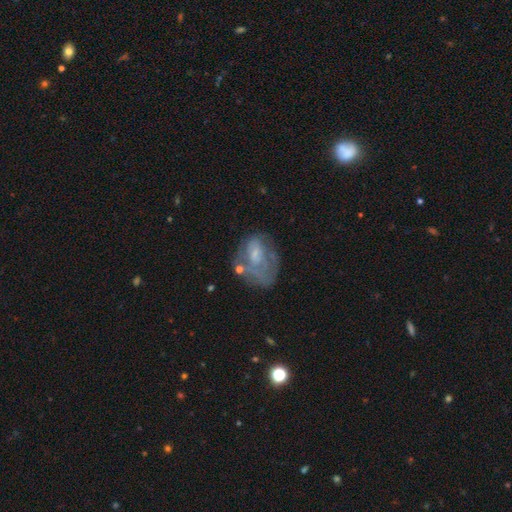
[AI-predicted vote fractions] A featured or disk galaxy (53%) with no bar (70%), no spiral arms (60%) and a small central bulge (48%).

Vote fractions:
- Smooth or featured? featured or disk: 53% / smooth: 38% / star or artifact: 10%
- Edge-on disk? no: 96% / yes: 4%
- Bar? no: 70% / weak: 25% / strong: 5%
- Spiral arms? no: 60% / yes: 40%
- Bulge size? small: 48% / moderate: 26% / none: 22% / large: 3% / dominant: 1%
- Merging? none: 39% / major disturbance: 29% / minor disturbance: 25% / merger: 8%